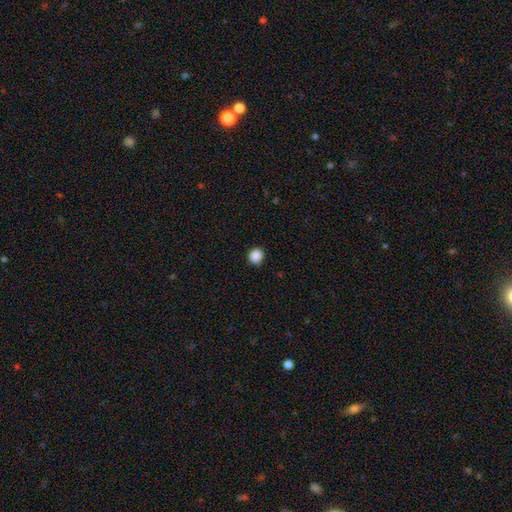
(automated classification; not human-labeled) The model was most divided on "smooth or featured": smooth: 88%, star or artifact: 10%, featured or disk: 2%. More confident: how rounded — round (91%); merging — none (90%).